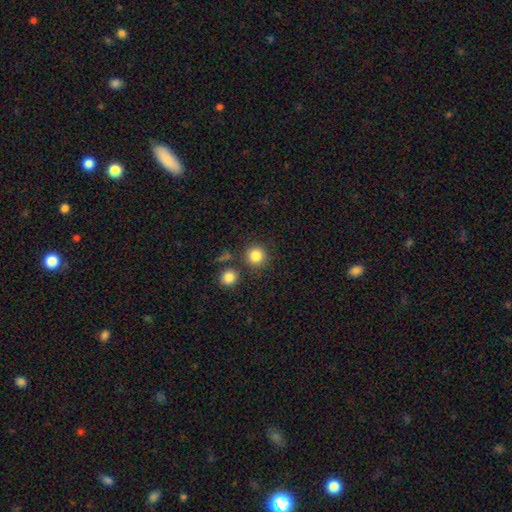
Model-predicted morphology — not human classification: smooth_or_featured: smooth (p=0.85) [alt: star or artifact p=0.11]
how_rounded: round (p=0.92) [alt: in between p=0.07]
merging: none (p=0.82) [alt: merger p=0.08]